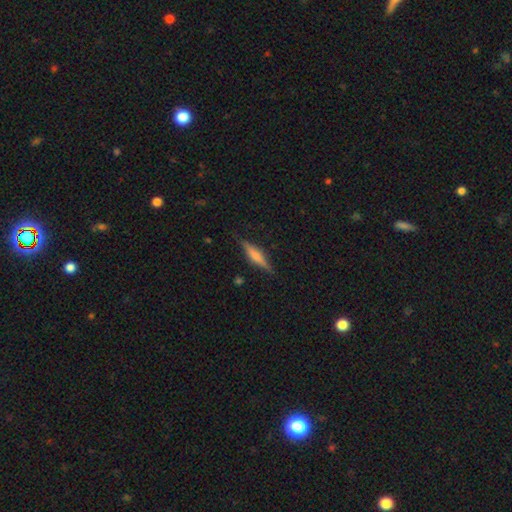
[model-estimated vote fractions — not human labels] The model was most divided on "smooth or featured": featured or disk: 57%, smooth: 36%, star or artifact: 7%. More confident: edge-on disk — yes (96%); merging — none (85%); edge-on bulge — rounded (60%).